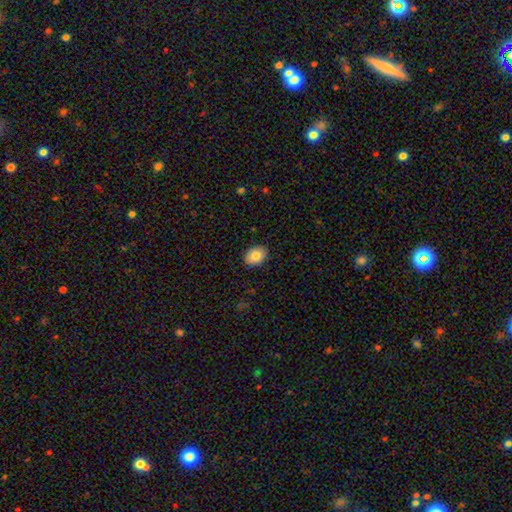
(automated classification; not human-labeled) A smooth galaxy with no disk features (83%) that is in between round and cigar-shaped (64%). Merging: none (89%).